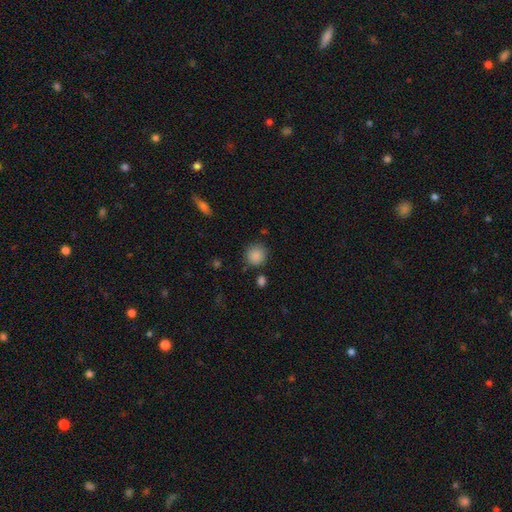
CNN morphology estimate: Overall: smooth (87%). How rounded: round (89%). Merging: none (81%).